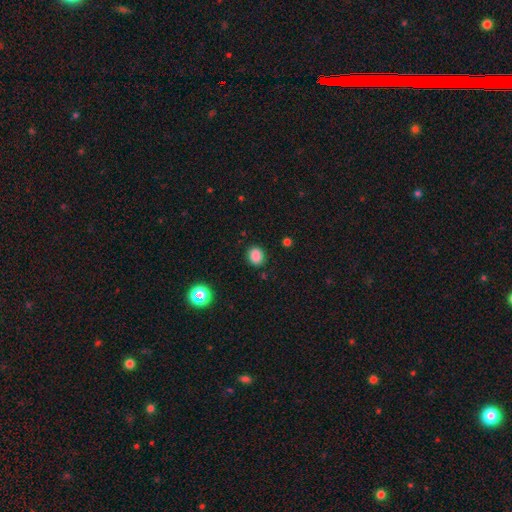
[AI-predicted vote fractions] smooth 86%, star or artifact 11%, featured or disk 3%. Down the decision tree: how rounded — round (63%); merging — none (88%).